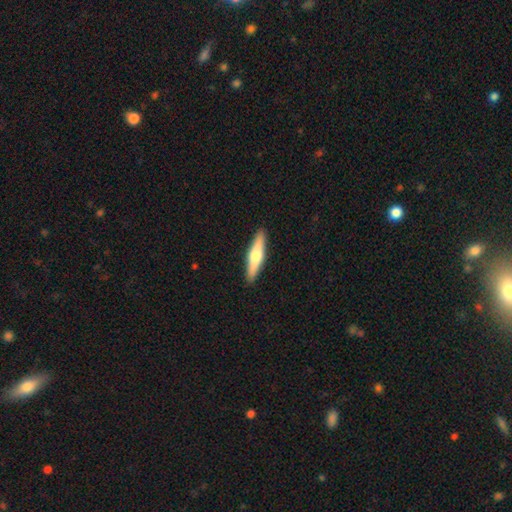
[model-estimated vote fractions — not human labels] smooth_or_featured: smooth (p=0.51) [alt: featured or disk p=0.44]
how_rounded: cigar-shaped (p=0.81) [alt: in between p=0.17]
merging: none (p=0.91) [alt: minor disturbance p=0.06]